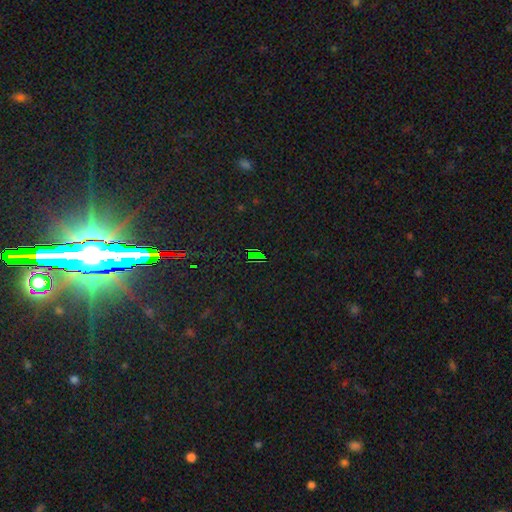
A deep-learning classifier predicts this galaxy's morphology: A star or artifact, not a galaxy (77%).